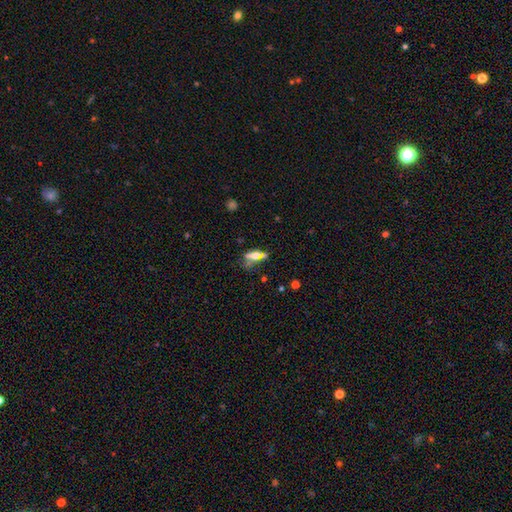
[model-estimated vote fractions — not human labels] Morphology: type=smooth (49%); merging=none (46%).